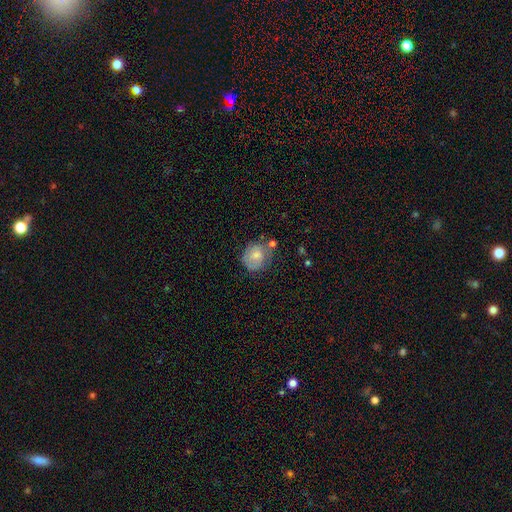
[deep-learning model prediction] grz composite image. It shows a smooth galaxy with no disk features (66%) that is round (72%). Merging: none (52%).